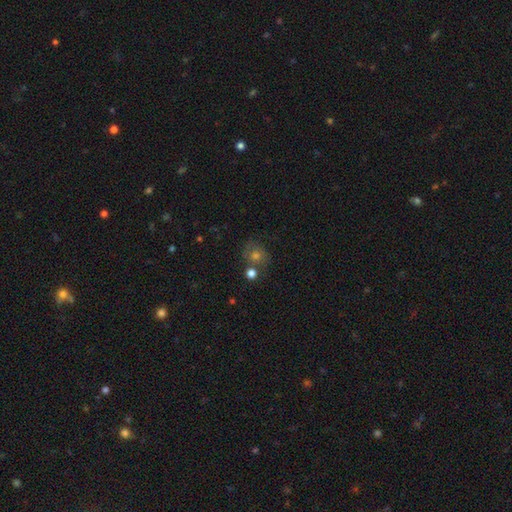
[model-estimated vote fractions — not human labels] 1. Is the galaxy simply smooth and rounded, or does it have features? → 51% smooth, 25% featured or disk, 24% star or artifact.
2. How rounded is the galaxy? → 76% round, 23% in between, 1% cigar-shaped.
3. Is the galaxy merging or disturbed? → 65% none, 15% minor disturbance, 14% merger, 6% major disturbance.